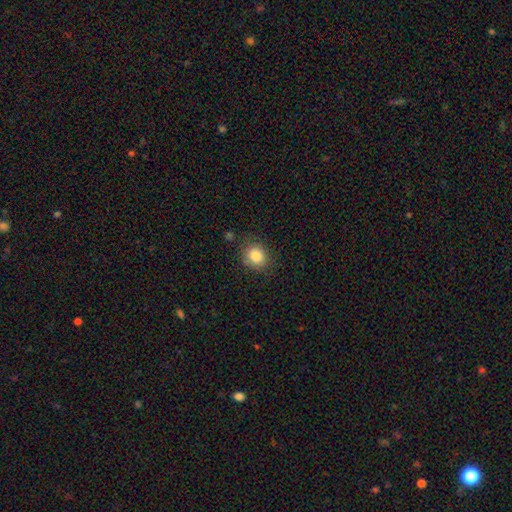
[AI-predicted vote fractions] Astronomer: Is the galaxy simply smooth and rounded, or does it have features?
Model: smooth — 85%.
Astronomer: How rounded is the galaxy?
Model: round — 74%.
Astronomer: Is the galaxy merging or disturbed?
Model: none — 79%.